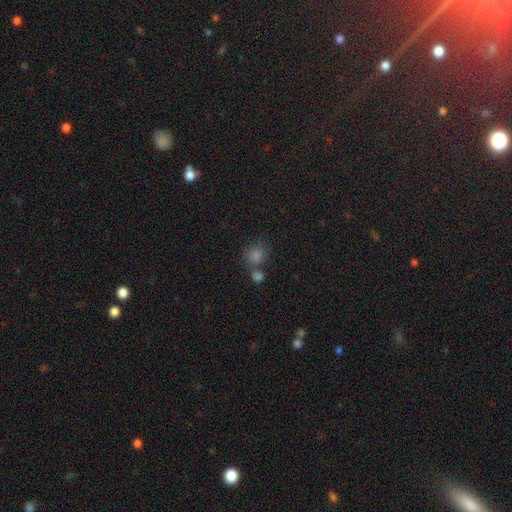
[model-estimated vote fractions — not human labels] Smooth or featured: smooth — 70% (star or artifact — 22%)
How rounded: round — 78% (in between — 21%)
Merging: none — 64% (merger — 21%)